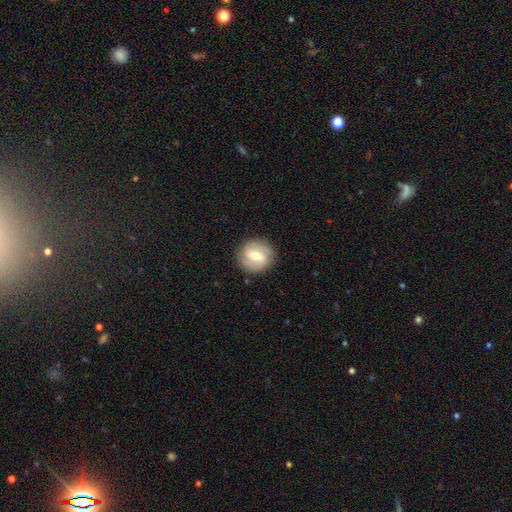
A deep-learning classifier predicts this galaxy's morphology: A featured or disk galaxy (54%) with a weak bar (50%), spiral arms (72%) and a moderate central bulge (64%).

Vote fractions:
- Smooth or featured? featured or disk: 54% / smooth: 39% / star or artifact: 7%
- Edge-on disk? no: 95% / yes: 5%
- Bar? weak: 50% / strong: 33% / no: 17%
- Spiral arms? yes: 72% / no: 28%
- Bulge size? moderate: 64% / small: 29% / large: 5% / none: 1% / dominant: 1%
- Merging? none: 86% / minor disturbance: 10% / major disturbance: 3% / merger: 1%